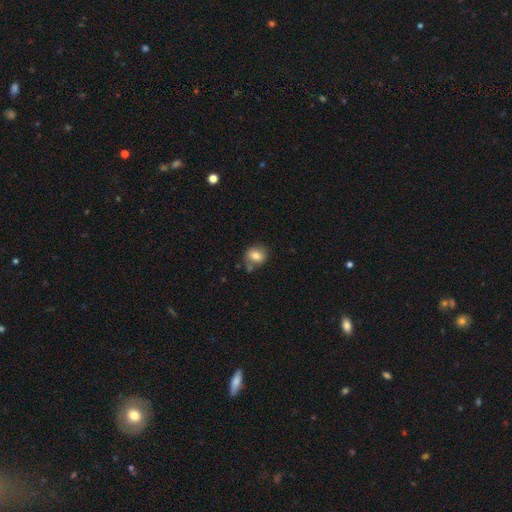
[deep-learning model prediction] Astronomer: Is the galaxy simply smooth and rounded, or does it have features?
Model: smooth — 79%.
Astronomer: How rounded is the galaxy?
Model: round — 63%.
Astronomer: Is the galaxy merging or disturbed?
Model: none — 64%.